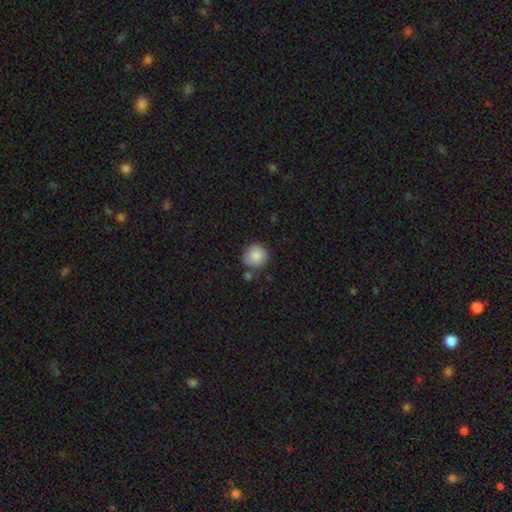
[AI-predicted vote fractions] Smooth or featured?
  - smooth: 86% *
  - star or artifact: 8%
  - featured or disk: 6%
How rounded?
  - round: 91% *
  - in between: 8%
  - cigar-shaped: 1%
Merging?
  - none: 72% *
  - minor disturbance: 15%
  - merger: 10%
  - major disturbance: 3%